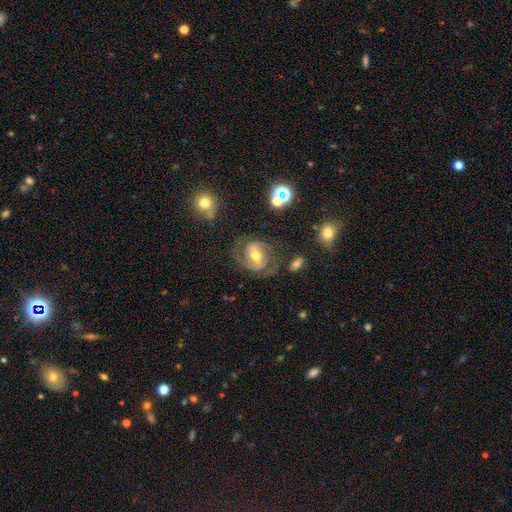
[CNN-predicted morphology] type=featured or disk (76%); edge-on=no (97%); bar=weak (42%); spiral arms=yes (88%); winding=medium (50%); arm count=2 (82%); bulge=moderate (69%); merging=none (66%).